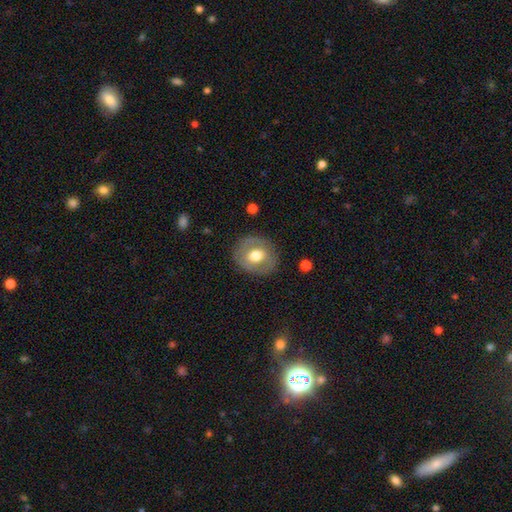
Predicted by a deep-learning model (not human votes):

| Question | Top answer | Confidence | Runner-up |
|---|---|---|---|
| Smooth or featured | smooth | 52% | featured or disk (41%) |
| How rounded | round | 73% | in between (26%) |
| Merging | none | 83% | minor disturbance (11%) |